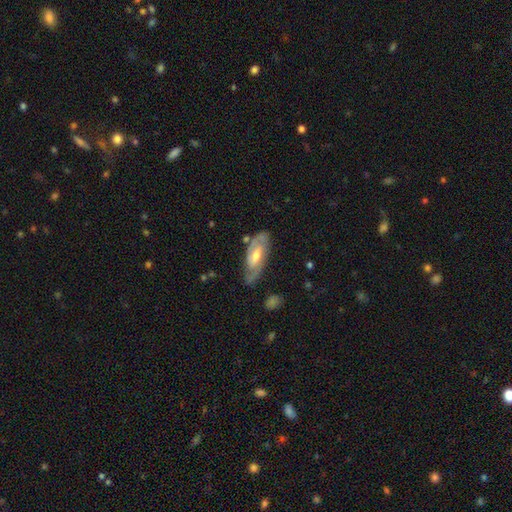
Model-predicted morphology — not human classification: smooth_or_featured: featured or disk (p=0.77) [alt: smooth p=0.17]
disk_edge_on: no (p=0.89) [alt: yes p=0.11]
bar: weak (p=0.49) [alt: no p=0.33]
has_spiral_arms: yes (p=0.91) [alt: no p=0.09]
spiral_winding: tight (p=0.47) [alt: medium p=0.41]
spiral_arm_count: 2 (p=0.74) [alt: can't tell p=0.17]
bulge_size: moderate (p=0.57) [alt: small p=0.34]
merging: none (p=0.75) [alt: minor disturbance p=0.18]